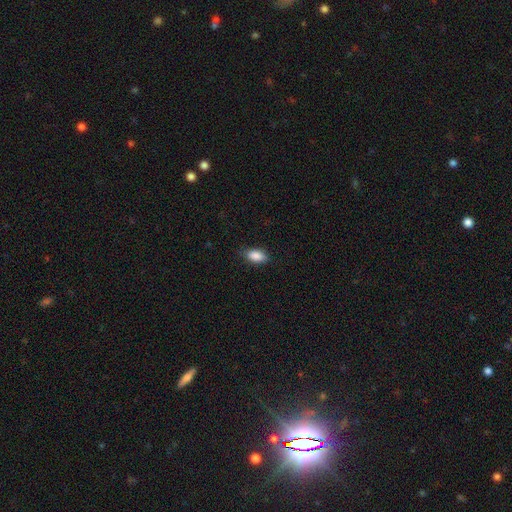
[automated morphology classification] This appears to be a smooth galaxy with no disk features (88%) that is in between round and cigar-shaped (90%). Merging: none (81%).